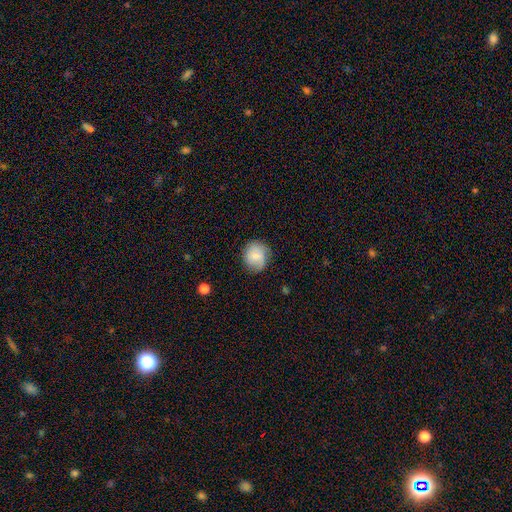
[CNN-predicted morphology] Overall: smooth (73%). How rounded: round (81%). Merging: none (75%).